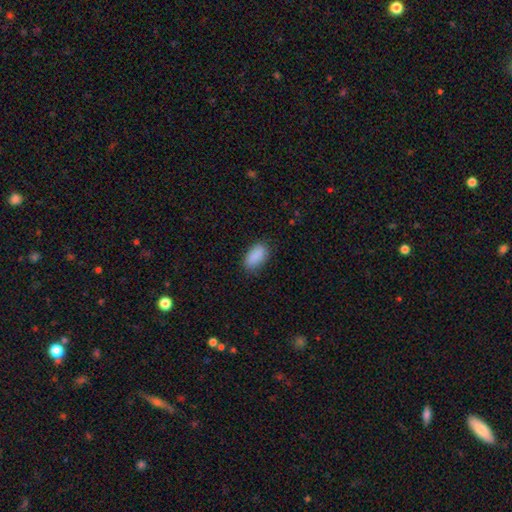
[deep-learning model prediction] smooth-or-featured: smooth: 89% | star or artifact: 7% | featured or disk: 4%
  how-rounded: in between: 92% | cigar-shaped: 4% | round: 3%
  merging: none: 83% | minor disturbance: 13% | major disturbance: 3% | merger: 1%